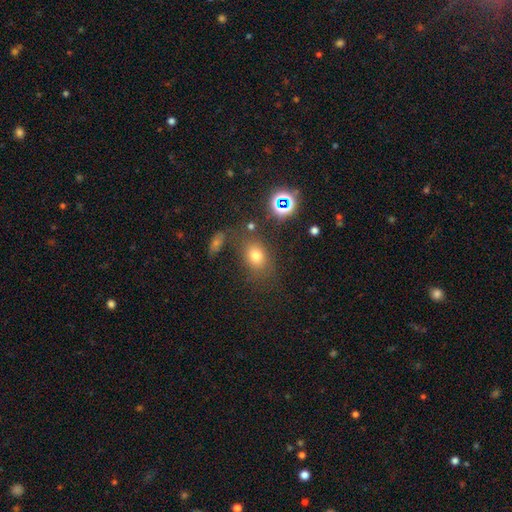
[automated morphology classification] Smooth or featured? smooth (70%)
How rounded? in between (64%)
Merging? none (69%)